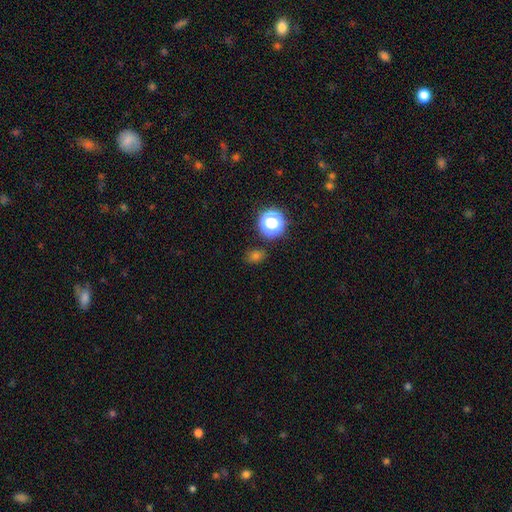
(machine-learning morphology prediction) Smooth or featured: smooth — 62% (star or artifact — 31%)
How rounded: round — 60% (in between — 38%)
Merging: none — 83% (minor disturbance — 10%)